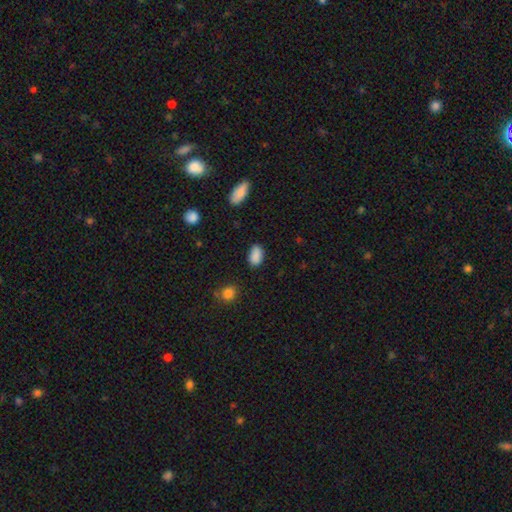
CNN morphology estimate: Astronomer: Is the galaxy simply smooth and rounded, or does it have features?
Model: smooth — 88%.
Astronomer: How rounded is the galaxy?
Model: in between — 91%.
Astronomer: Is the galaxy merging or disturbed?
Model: none — 82%.